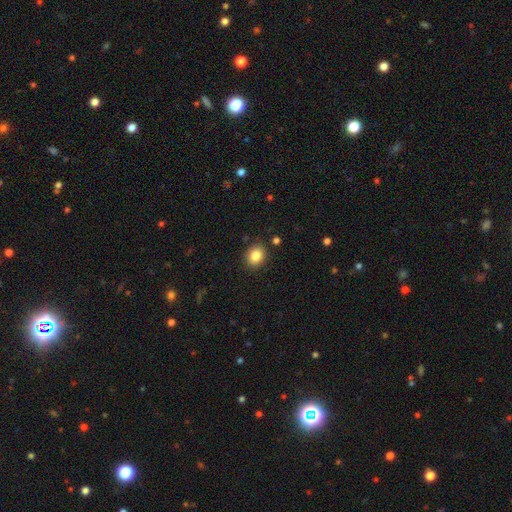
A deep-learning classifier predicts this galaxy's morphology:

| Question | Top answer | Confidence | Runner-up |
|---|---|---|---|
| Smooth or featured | smooth | 84% | star or artifact (10%) |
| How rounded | round | 58% | in between (41%) |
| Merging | none | 88% | minor disturbance (8%) |